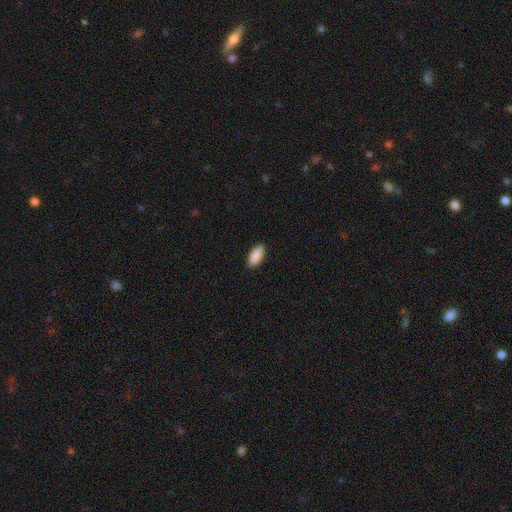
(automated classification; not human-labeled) Smooth or featured: smooth — 91% (star or artifact — 6%)
How rounded: in between — 91% (cigar-shaped — 8%)
Merging: none — 89% (minor disturbance — 8%)